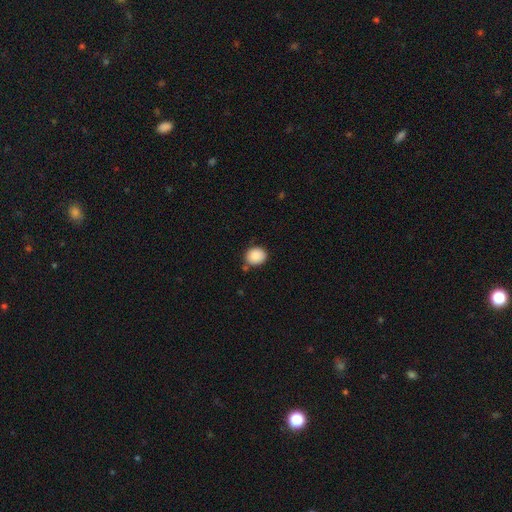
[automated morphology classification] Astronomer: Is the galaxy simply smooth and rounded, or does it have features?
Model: smooth — 87%.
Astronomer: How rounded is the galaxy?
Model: round — 68%.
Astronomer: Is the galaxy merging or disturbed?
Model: none — 76%.